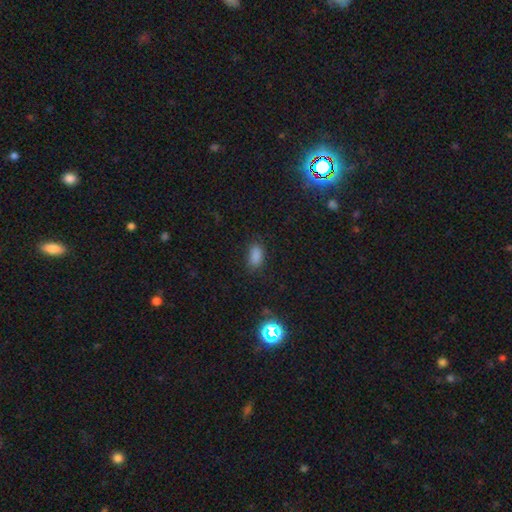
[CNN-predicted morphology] The model was most divided on "merging": none: 79%, minor disturbance: 15%, major disturbance: 4%, merger: 2%. More confident: how rounded — in between (90%); smooth or featured — smooth (82%).